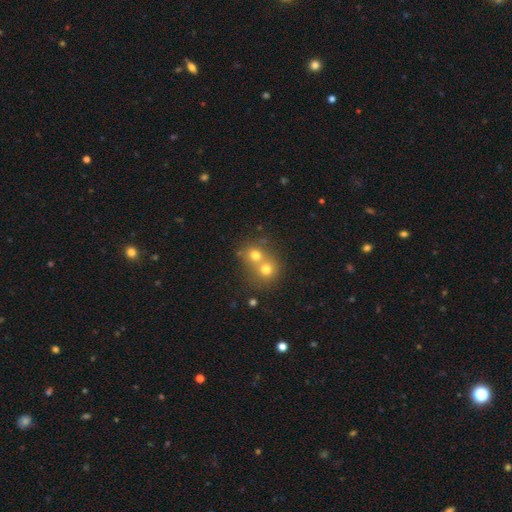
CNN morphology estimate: This appears to be a smooth galaxy with no disk features (62%) that is round (79%). Merging: merger (59%).